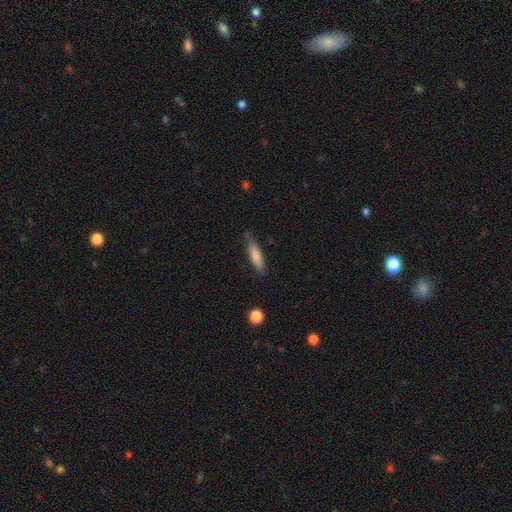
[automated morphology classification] Q: Smooth or featured?
A: smooth (77%); runner-up: featured or disk (17%)
Q: How rounded?
A: cigar-shaped (78%); runner-up: in between (20%)
Q: Merging?
A: none (76%); runner-up: minor disturbance (18%)